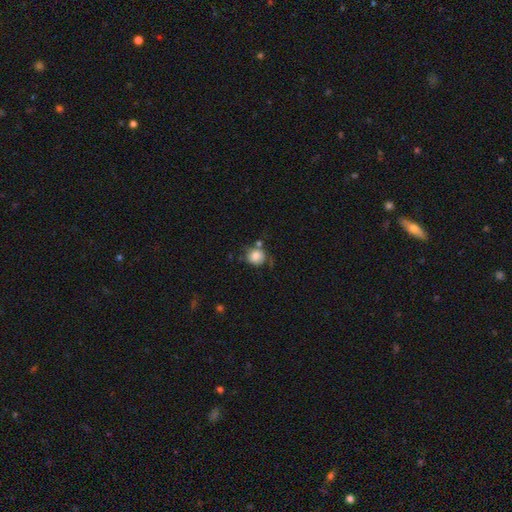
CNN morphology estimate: Smooth or featured?
  - smooth: 81% *
  - featured or disk: 10%
  - star or artifact: 9%
How rounded?
  - round: 85% *
  - in between: 14%
  - cigar-shaped: 1%
Merging?
  - none: 59% *
  - minor disturbance: 21%
  - merger: 11%
  - major disturbance: 9%